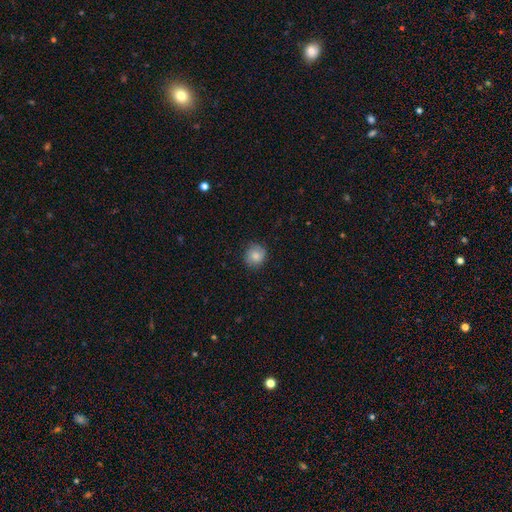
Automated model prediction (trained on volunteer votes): Smooth or featured? Predicted: smooth (p=0.80). How rounded? Predicted: round (p=0.87). Merging? Predicted: none (p=0.85).